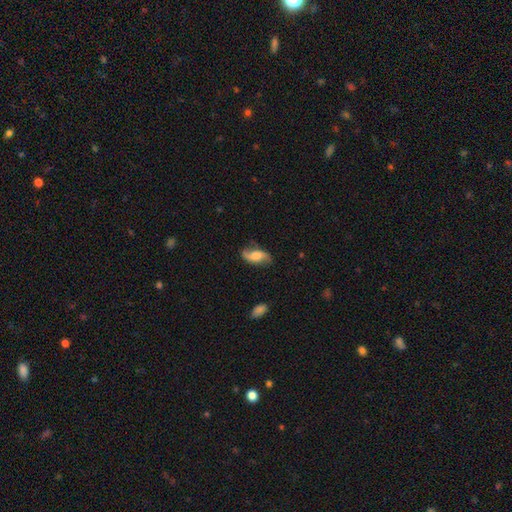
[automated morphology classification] Smooth or featured?
  - featured or disk: 60% *
  - smooth: 32%
  - star or artifact: 7%
Edge-on disk?
  - no: 92% *
  - yes: 8%
Bar?
  - no: 55% *
  - weak: 35%
  - strong: 10%
Spiral arms?
  - yes: 92% *
  - no: 8%
Spiral winding?
  - loose: 75% *
  - medium: 19%
  - tight: 6%
Spiral arm count?
  - 2: 89% *
  - 1: 4%
  - can't tell: 4%
  - 3: 1%
  - 4: 1%
  - more than 4: 1%
Bulge size?
  - moderate: 37% *
  - large: 24%
  - small: 19%
  - none: 16%
  - dominant: 4%
Merging?
  - none: 71% *
  - minor disturbance: 20%
  - major disturbance: 7%
  - merger: 2%